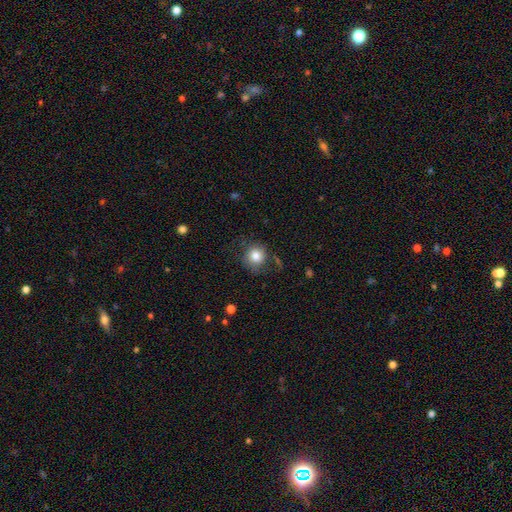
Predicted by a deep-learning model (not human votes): Smooth or featured? smooth (80%)
How rounded? round (88%)
Merging? none (72%)